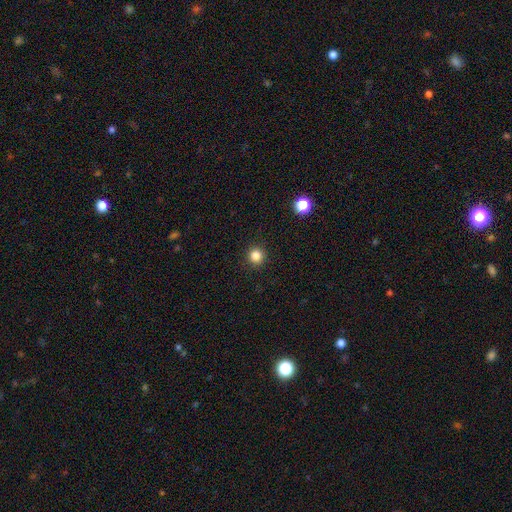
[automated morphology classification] Overall: smooth (84%). How rounded: round (95%). Merging: none (93%).